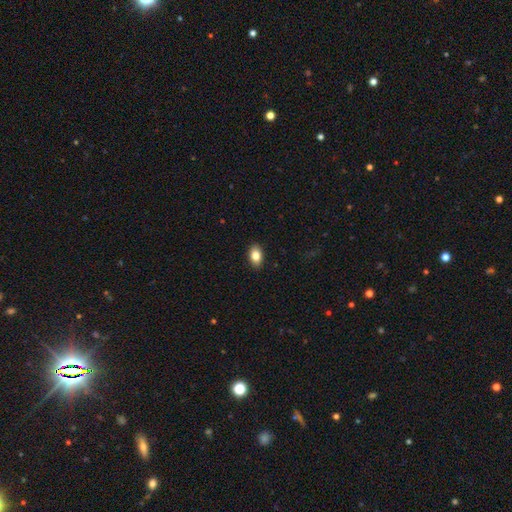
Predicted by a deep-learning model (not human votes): A smooth galaxy with no disk features (83%) that is in between round and cigar-shaped (88%).

Vote fractions:
- Smooth or featured? smooth: 83% / featured or disk: 9% / star or artifact: 8%
- How rounded? in between: 88% / round: 11% / cigar-shaped: 2%
- Merging? none: 90% / minor disturbance: 8% / major disturbance: 2% / merger: 1%